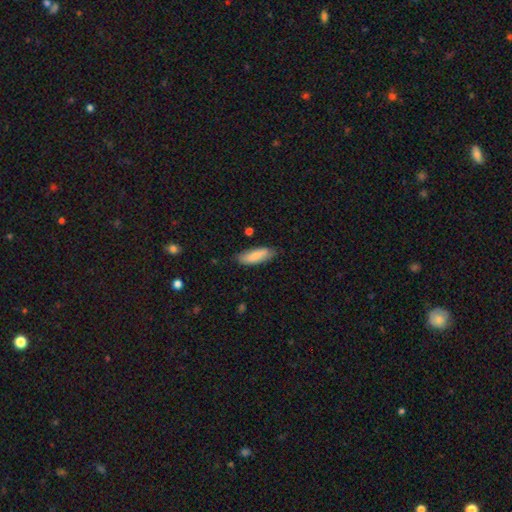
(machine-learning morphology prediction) Q: Smooth or featured?
A: smooth (82%); runner-up: featured or disk (12%)
Q: How rounded?
A: in between (58%); runner-up: cigar-shaped (40%)
Q: Merging?
A: none (81%); runner-up: minor disturbance (15%)